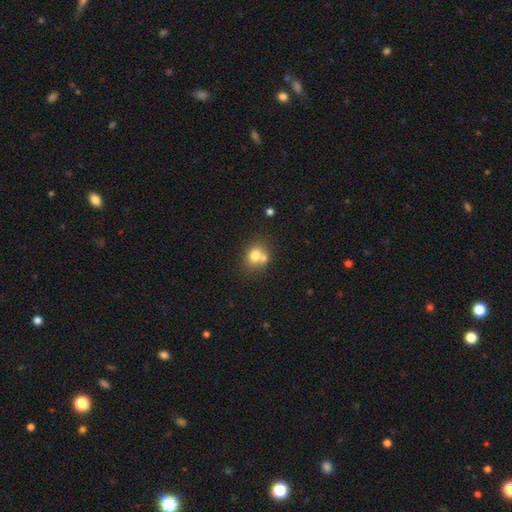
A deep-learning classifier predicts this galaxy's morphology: smooth-or-featured: smooth: 73% | featured or disk: 15% | star or artifact: 12%
  how-rounded: round: 60% | in between: 39% | cigar-shaped: 1%
  merging: none: 49% | merger: 37% | minor disturbance: 10% | major disturbance: 4%